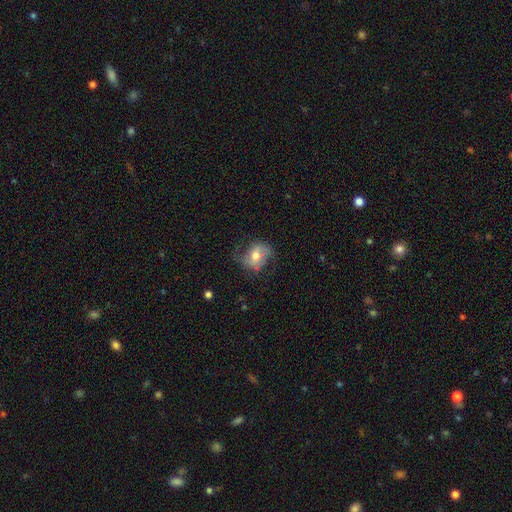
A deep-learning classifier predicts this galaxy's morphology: Q: Smooth or featured?
A: featured or disk (48%); runner-up: smooth (44%)
Q: Merging?
A: none (57%); runner-up: minor disturbance (26%)